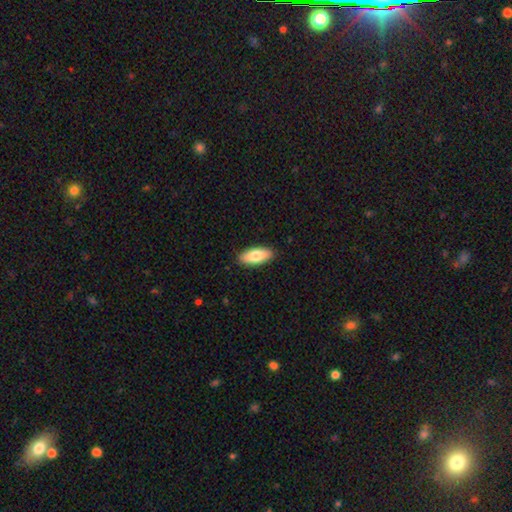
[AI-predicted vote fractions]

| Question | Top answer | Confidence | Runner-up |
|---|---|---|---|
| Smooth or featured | smooth | 79% | featured or disk (16%) |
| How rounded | in between | 83% | cigar-shaped (15%) |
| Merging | none | 90% | minor disturbance (8%) |